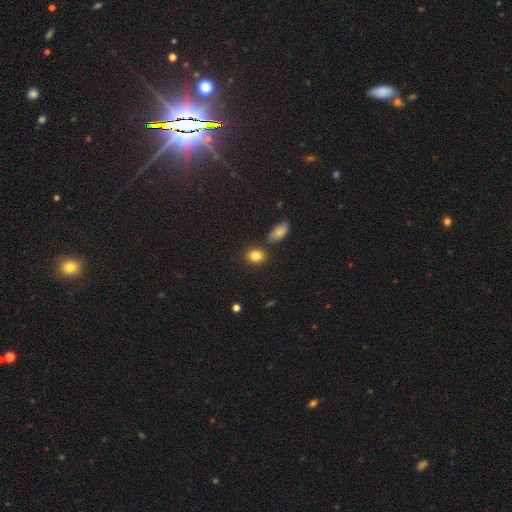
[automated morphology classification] Smooth or featured?
  - smooth: 83% *
  - star or artifact: 10%
  - featured or disk: 7%
How rounded?
  - in between: 55% *
  - round: 43%
  - cigar-shaped: 2%
Merging?
  - none: 76% *
  - minor disturbance: 11%
  - merger: 10%
  - major disturbance: 3%